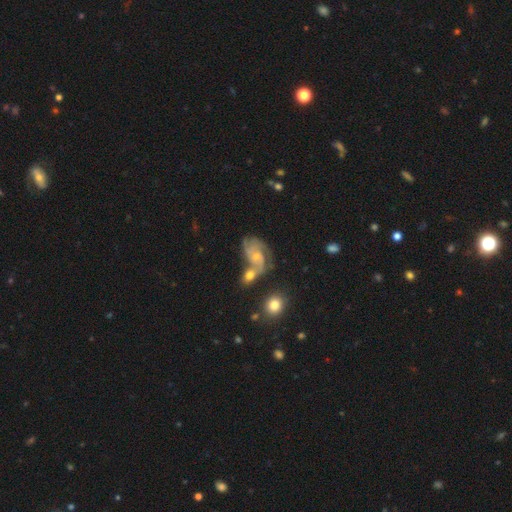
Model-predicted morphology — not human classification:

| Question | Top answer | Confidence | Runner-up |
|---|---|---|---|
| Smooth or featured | featured or disk | 78% | smooth (15%) |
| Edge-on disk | no | 97% | yes (3%) |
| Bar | no | 65% | weak (30%) |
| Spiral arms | yes | 93% | no (7%) |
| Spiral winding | medium | 49% | tight (31%) |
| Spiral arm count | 2 | 35% | 3 (33%) |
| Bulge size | small | 60% | moderate (33%) |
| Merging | merger | 37% | none (34%) |